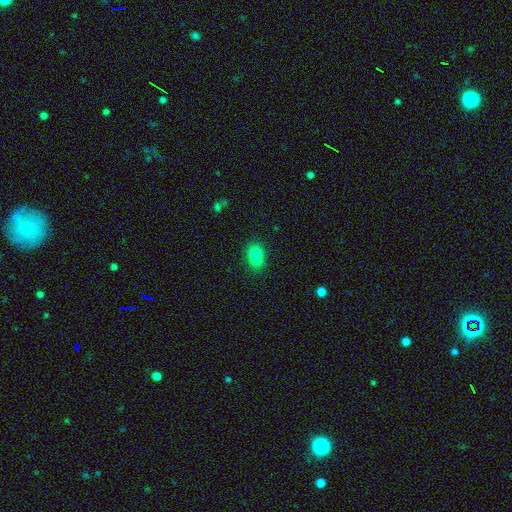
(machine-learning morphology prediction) Smooth or featured? smooth (79%)
How rounded? in between (77%)
Merging? none (52%)